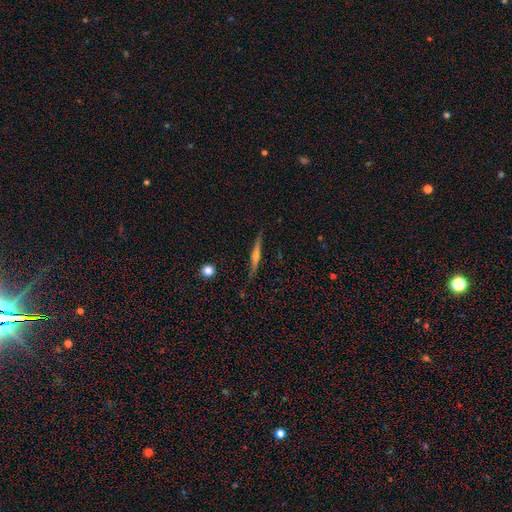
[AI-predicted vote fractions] Smooth or featured: featured or disk — 65% (smooth — 28%)
Edge-on disk: yes — 97% (no — 3%)
Edge-on bulge: rounded — 77% (none — 14%)
Merging: none — 86% (minor disturbance — 10%)